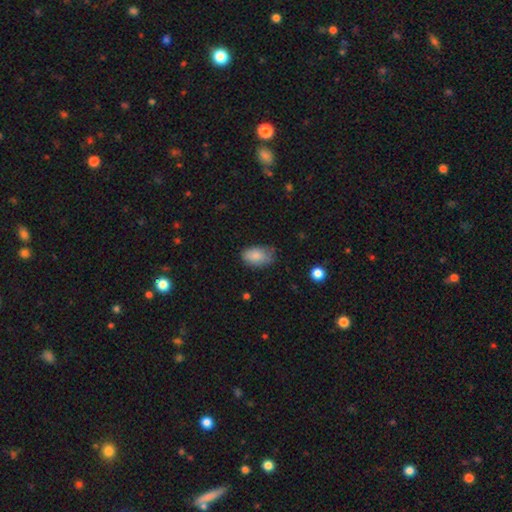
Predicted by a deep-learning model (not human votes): Smooth or featured? smooth (84%)
How rounded? in between (91%)
Merging? none (68%)